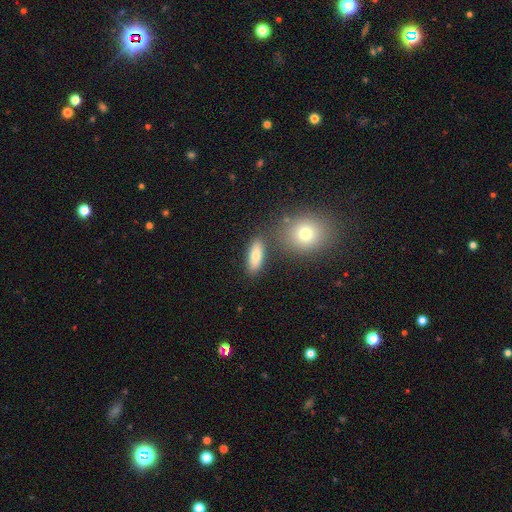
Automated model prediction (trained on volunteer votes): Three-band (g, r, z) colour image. It shows a smooth galaxy with no disk features (79%) that is in between round and cigar-shaped (70%). Merging: none (76%).